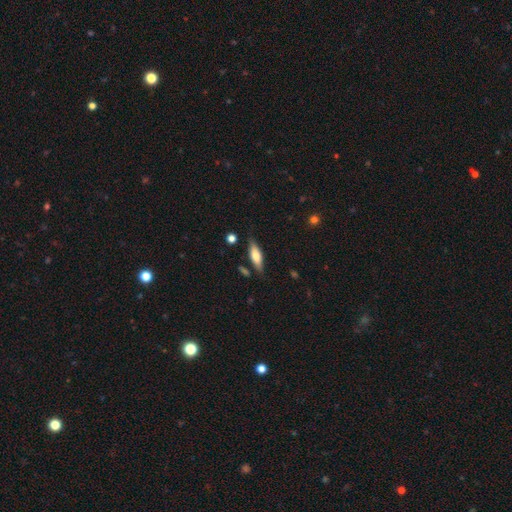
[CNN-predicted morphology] Smooth or featured? smooth (61%)
How rounded? in between (51%)
Merging? none (79%)